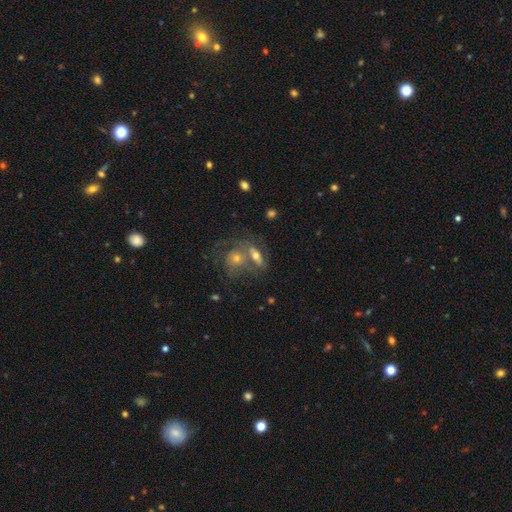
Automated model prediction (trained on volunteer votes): A featured or disk galaxy (51%).

Vote fractions:
- Smooth or featured? featured or disk: 51% / smooth: 40% / star or artifact: 9%
- Edge-on disk? no: 74% / yes: 26%
- Merging? merger: 52% / none: 29% / minor disturbance: 11% / major disturbance: 9%